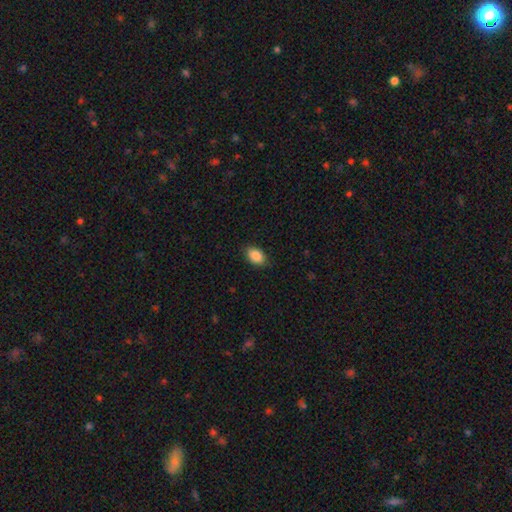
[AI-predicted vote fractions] The model was most divided on "merging": none: 84%, minor disturbance: 12%, major disturbance: 3%, merger: 1%. More confident: smooth or featured — smooth (89%); how rounded — in between (86%).